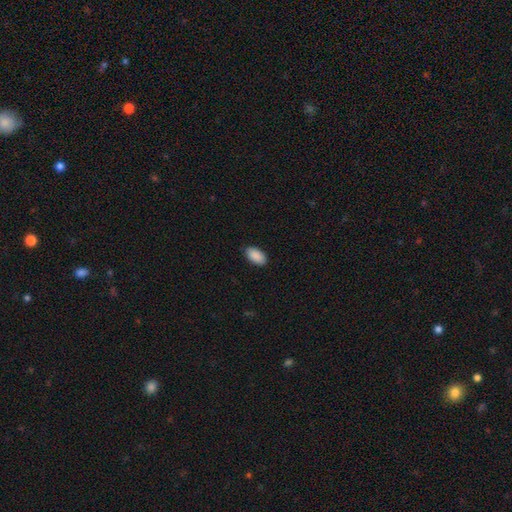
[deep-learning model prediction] A smooth galaxy with no disk features (91%) that is in between round and cigar-shaped (95%). Merging: none (88%).